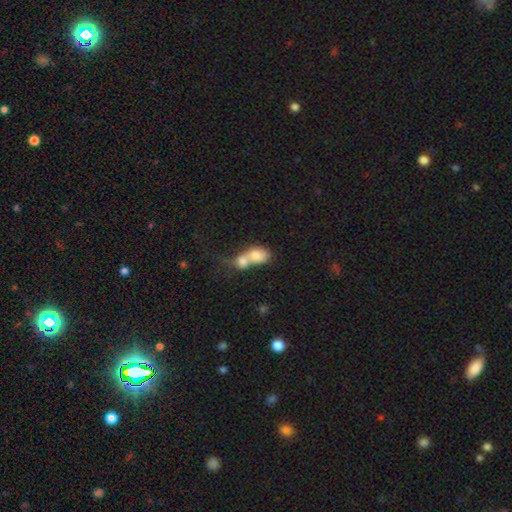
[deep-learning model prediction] This is likely a smooth galaxy (74%). How rounded: likely in between (65%). Merging: clearly merger (80%).